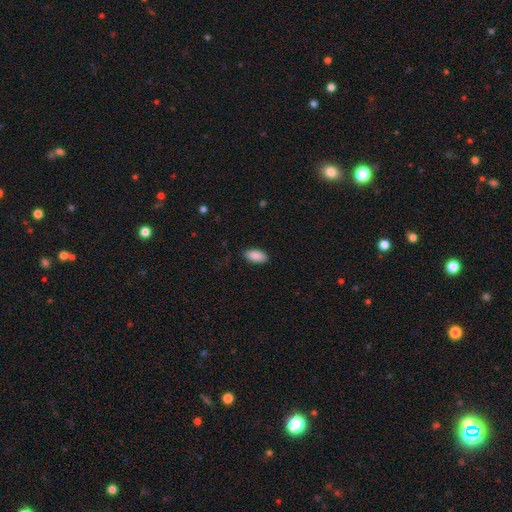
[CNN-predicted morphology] This appears to be a smooth galaxy with no disk features (90%) that is in between round and cigar-shaped (93%). Merging: none (87%).